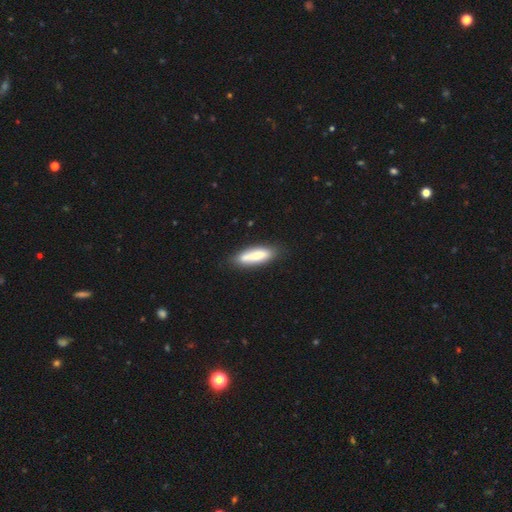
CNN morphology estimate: smooth 70%, featured or disk 24%, star or artifact 6%. Down the decision tree: how rounded — cigar-shaped (57%); merging — none (72%).